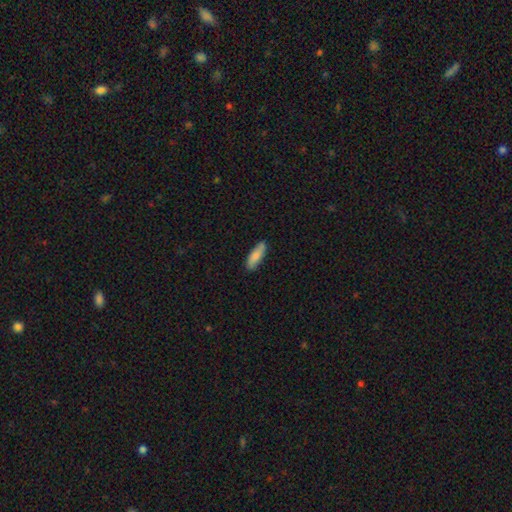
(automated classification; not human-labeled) This is clearly a smooth galaxy (84%). How rounded: possibly in between (57%). Merging: clearly none (84%).